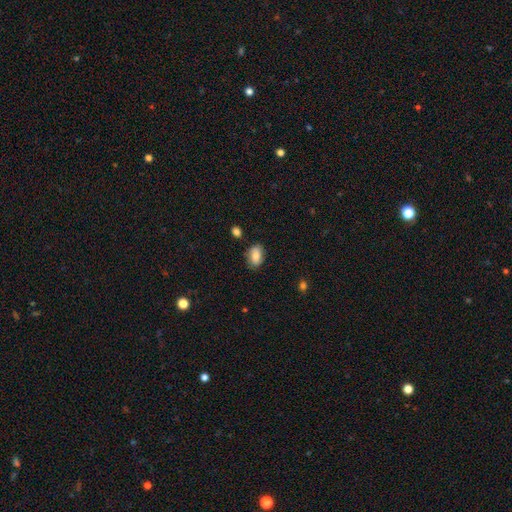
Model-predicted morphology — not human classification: A smooth galaxy with no disk features (78%) that is in between round and cigar-shaped (87%). Merging: none (81%).